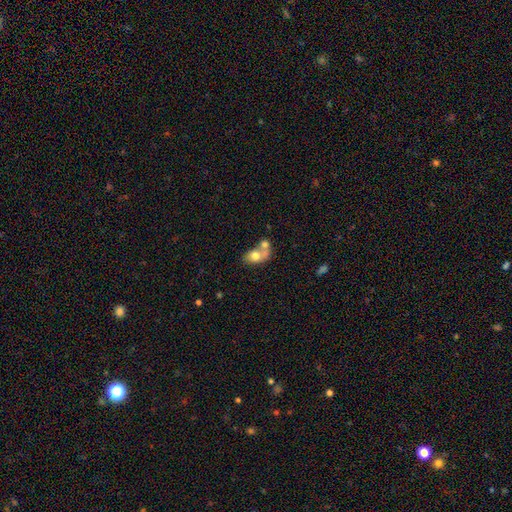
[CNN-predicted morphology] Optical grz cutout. It shows a smooth galaxy with no disk features (67%) that is in between round and cigar-shaped (68%). Merging: merger (65%).